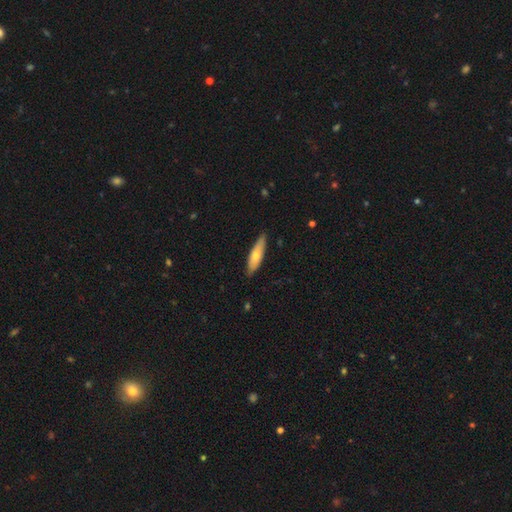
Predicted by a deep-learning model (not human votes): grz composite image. It shows a smooth galaxy with no disk features (63%) that is cigar-shaped (66%). Merging: none (84%).